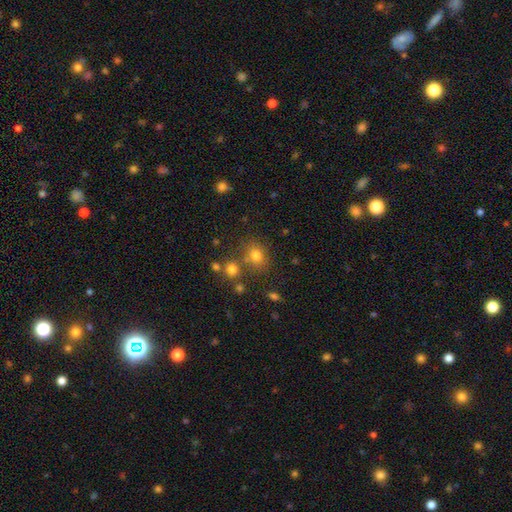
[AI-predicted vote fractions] Smooth or featured? Predicted: smooth (p=0.74). How rounded? Predicted: round (p=0.69). Merging? Predicted: none (p=0.68).